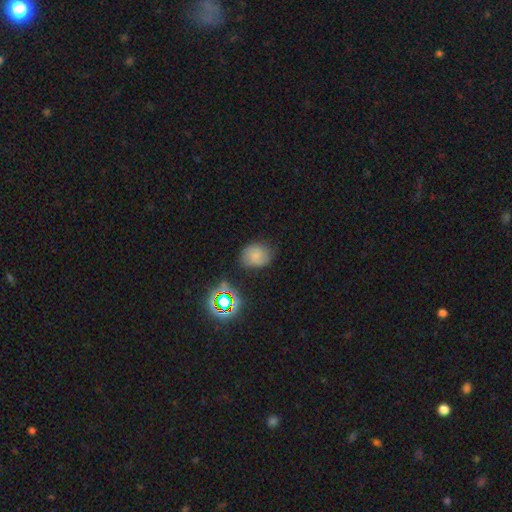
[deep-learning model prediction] Smooth or featured?
  - smooth: 57% *
  - featured or disk: 26%
  - star or artifact: 17%
How rounded?
  - round: 57% *
  - in between: 42%
  - cigar-shaped: 1%
Merging?
  - none: 69% *
  - minor disturbance: 22%
  - major disturbance: 6%
  - merger: 3%